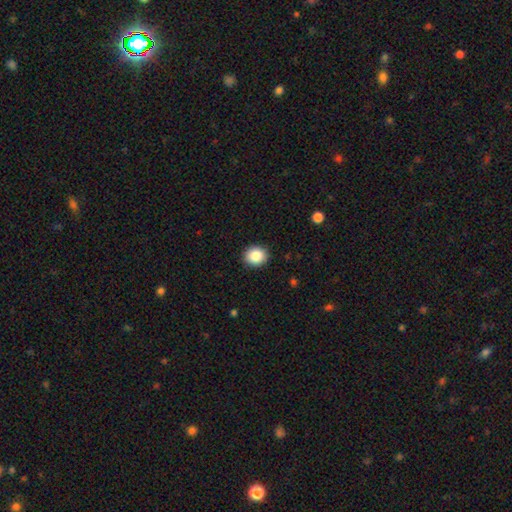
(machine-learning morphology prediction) This appears to be a smooth galaxy with no disk features (86%) that is round (79%). Merging: none (91%).